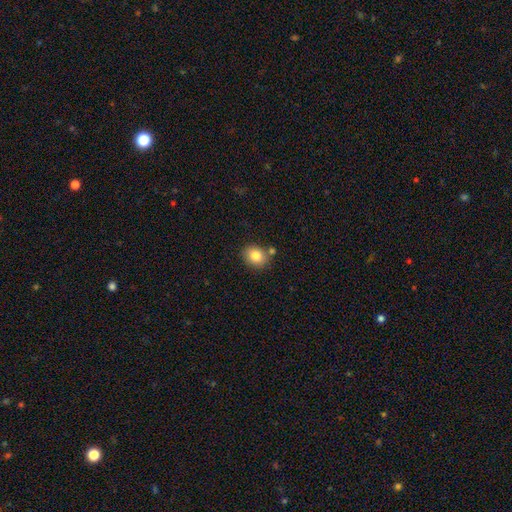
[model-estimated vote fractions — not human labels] smooth-or-featured: smooth: 82% | star or artifact: 9% | featured or disk: 9%
  how-rounded: round: 54% | in between: 45% | cigar-shaped: 1%
  merging: none: 74% | minor disturbance: 12% | merger: 11% | major disturbance: 3%